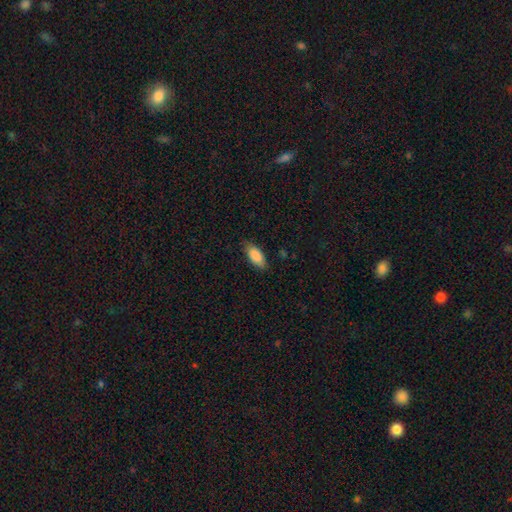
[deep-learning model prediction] smooth-or-featured: smooth: 88% | featured or disk: 6% | star or artifact: 6%
  how-rounded: in between: 88% | cigar-shaped: 10% | round: 2%
  merging: none: 80% | minor disturbance: 16% | major disturbance: 3% | merger: 1%